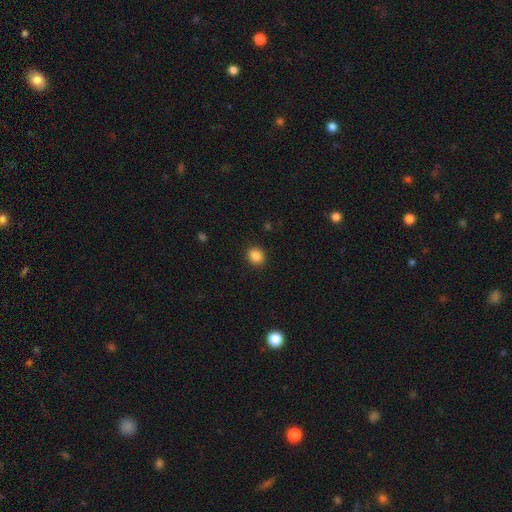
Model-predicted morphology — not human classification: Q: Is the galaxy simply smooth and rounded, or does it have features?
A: smooth — 87%.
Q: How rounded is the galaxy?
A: round — 73%.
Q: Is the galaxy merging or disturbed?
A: none — 91%.